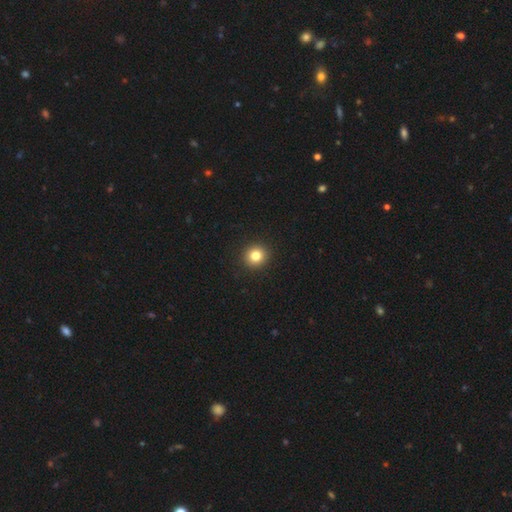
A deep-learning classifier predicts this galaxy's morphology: Smooth or featured? smooth (82%)
How rounded? round (92%)
Merging? none (93%)